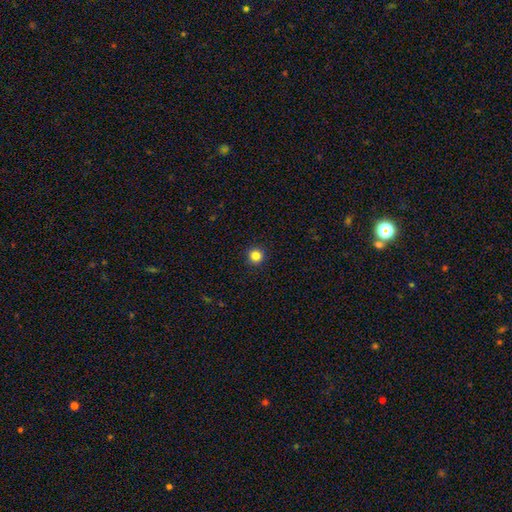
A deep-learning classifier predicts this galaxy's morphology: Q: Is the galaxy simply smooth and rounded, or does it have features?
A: smooth — 84%.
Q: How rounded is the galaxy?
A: round — 96%.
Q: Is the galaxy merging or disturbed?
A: none — 93%.